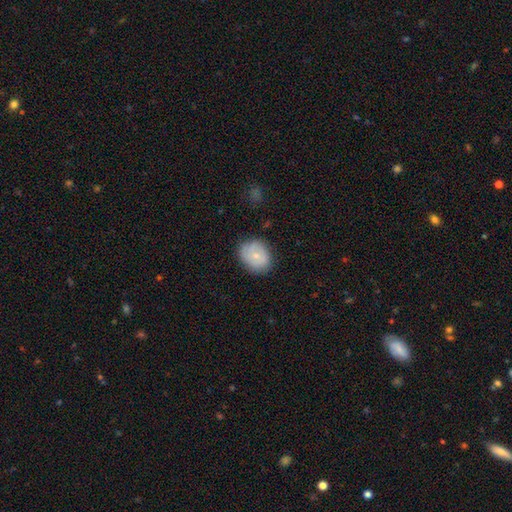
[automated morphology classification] Q: Smooth or featured?
A: smooth (69%); runner-up: featured or disk (24%)
Q: How rounded?
A: round (52%); runner-up: in between (48%)
Q: Merging?
A: none (74%); runner-up: minor disturbance (20%)